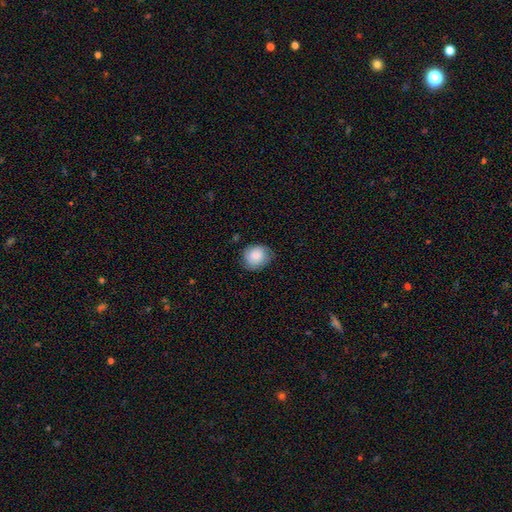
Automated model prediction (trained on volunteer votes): Overall: smooth (82%). How rounded: round (71%). Merging: none (70%).